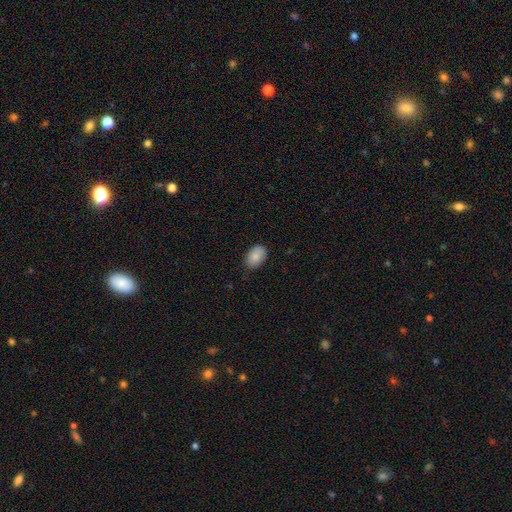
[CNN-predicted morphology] Overall: smooth (86%). How rounded: in between (88%). Merging: none (80%).